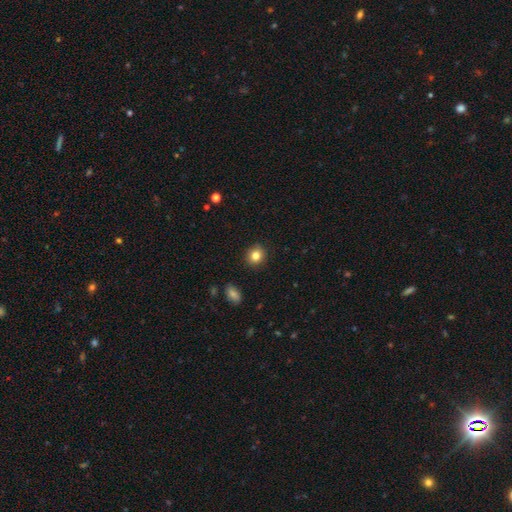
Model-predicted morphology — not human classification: This is clearly a smooth galaxy (83%). How rounded: clearly round (83%). Merging: clearly none (90%).